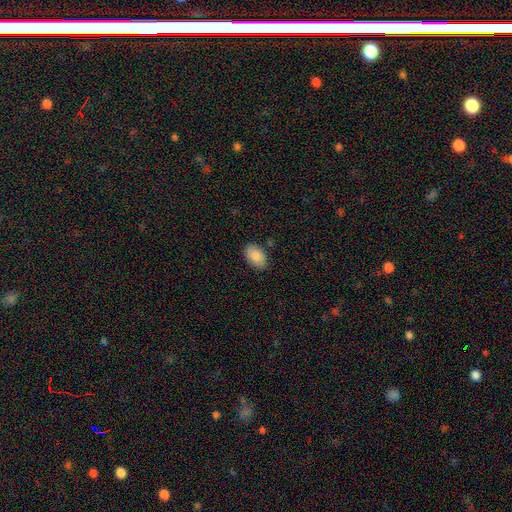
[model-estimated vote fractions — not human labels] smooth-or-featured: smooth: 88% | star or artifact: 7% | featured or disk: 6%
  how-rounded: in between: 91% | round: 7% | cigar-shaped: 1%
  merging: none: 84% | minor disturbance: 12% | major disturbance: 2% | merger: 2%